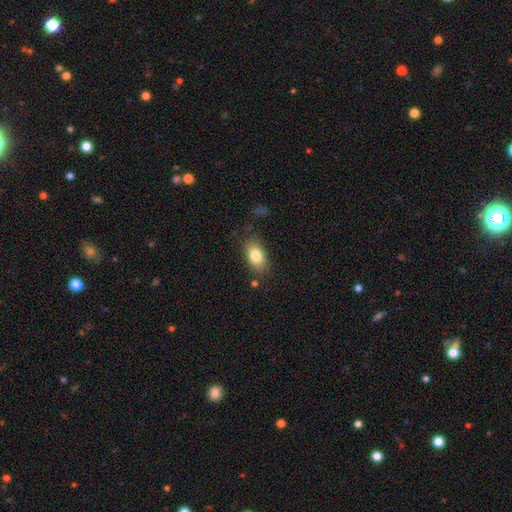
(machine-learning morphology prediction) Smooth or featured?
  - smooth: 81% *
  - featured or disk: 11%
  - star or artifact: 8%
How rounded?
  - in between: 87% *
  - round: 11%
  - cigar-shaped: 3%
Merging?
  - none: 79% *
  - minor disturbance: 14%
  - major disturbance: 4%
  - merger: 3%